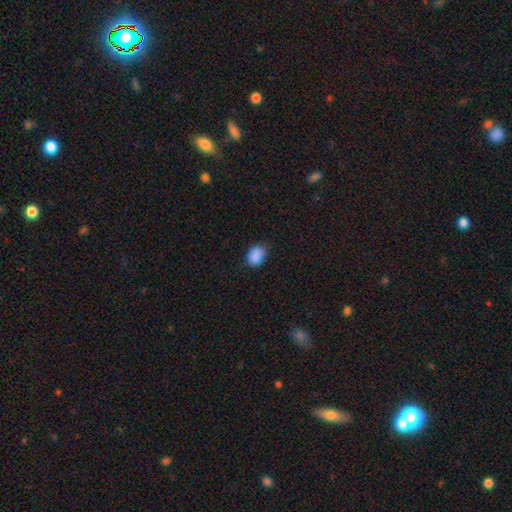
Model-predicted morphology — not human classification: Smooth or featured: smooth — 88% (star or artifact — 8%)
How rounded: in between — 71% (round — 28%)
Merging: none — 71% (minor disturbance — 23%)